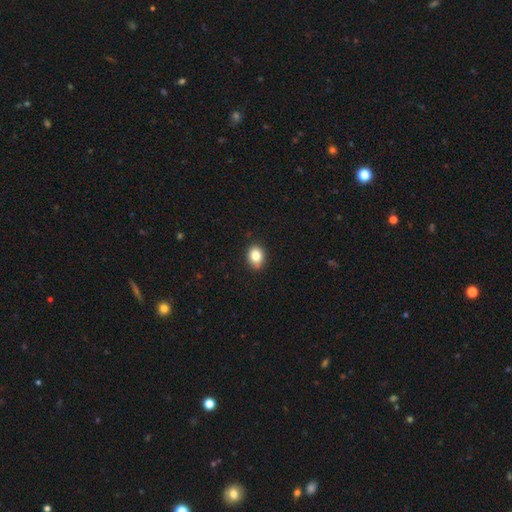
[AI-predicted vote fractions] Morphology: type=smooth (84%); roundness=in between (54%); merging=none (86%).